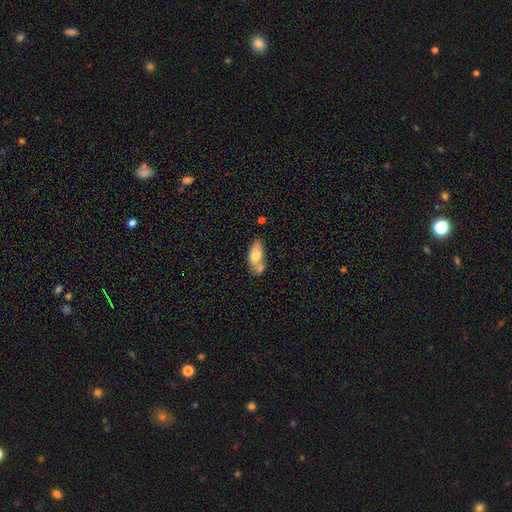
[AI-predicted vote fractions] This is likely a smooth galaxy (70%). How rounded: clearly in between (87%). Merging: possibly none (46%).